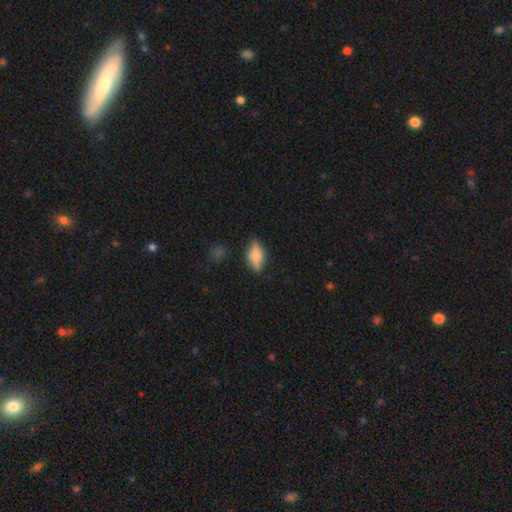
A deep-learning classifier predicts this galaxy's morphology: smooth 59%, featured or disk 32%, star or artifact 8%. Down the decision tree: how rounded — in between (75%); merging — none (79%).